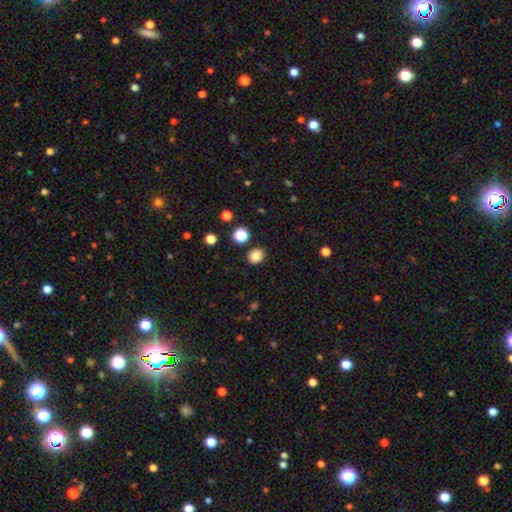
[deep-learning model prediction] This is clearly a smooth galaxy (84%). How rounded: likely round (75%). Merging: clearly none (89%).